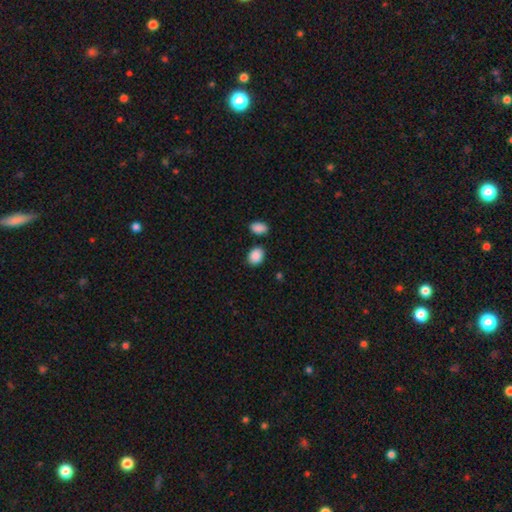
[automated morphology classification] Smooth or featured? smooth (89%)
How rounded? in between (63%)
Merging? none (80%)